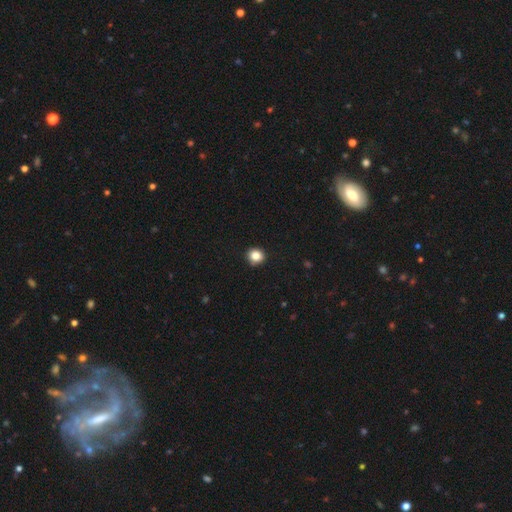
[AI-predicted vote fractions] Smooth or featured? Predicted: smooth (p=0.85). How rounded? Predicted: round (p=0.88). Merging? Predicted: none (p=0.91).